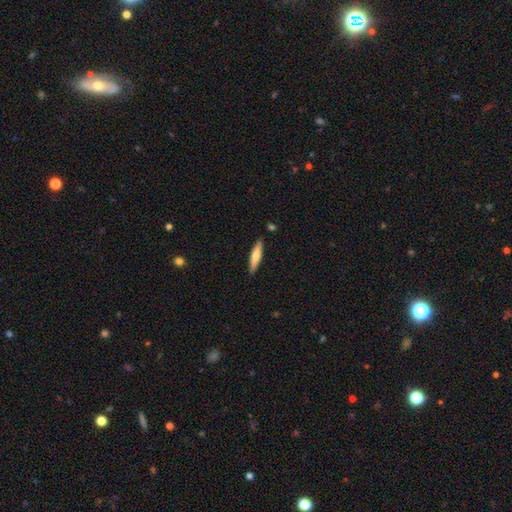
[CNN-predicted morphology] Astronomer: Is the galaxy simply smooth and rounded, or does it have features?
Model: smooth — 62%.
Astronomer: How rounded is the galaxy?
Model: cigar-shaped — 84%.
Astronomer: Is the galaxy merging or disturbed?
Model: none — 88%.